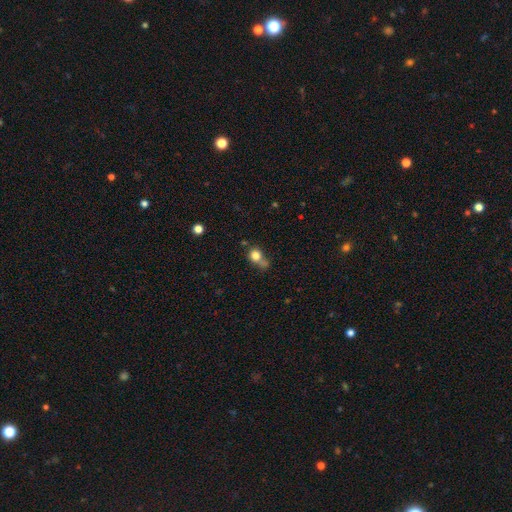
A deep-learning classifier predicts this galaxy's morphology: Smooth or featured? smooth (78%)
How rounded? round (79%)
Merging? none (42%)